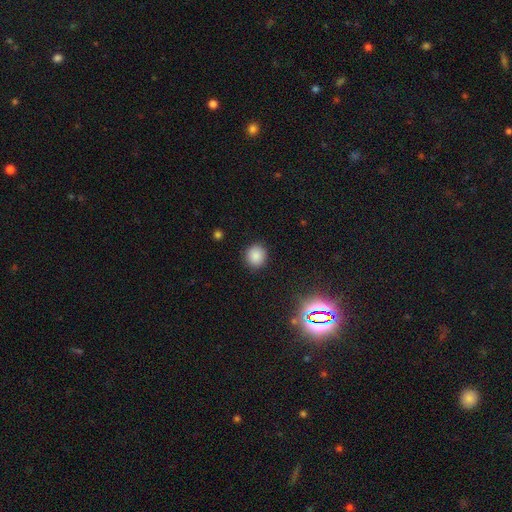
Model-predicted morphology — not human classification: Overall: smooth (84%). How rounded: round (88%). Merging: none (90%).